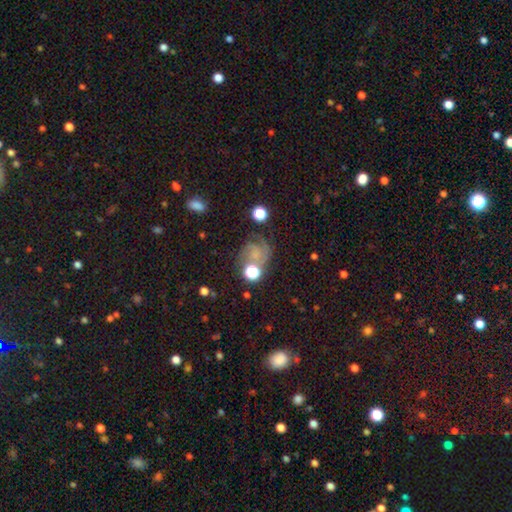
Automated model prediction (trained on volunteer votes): Smooth or featured? featured or disk (51%)
Edge-on disk? no (98%)
Merging? none (53%)